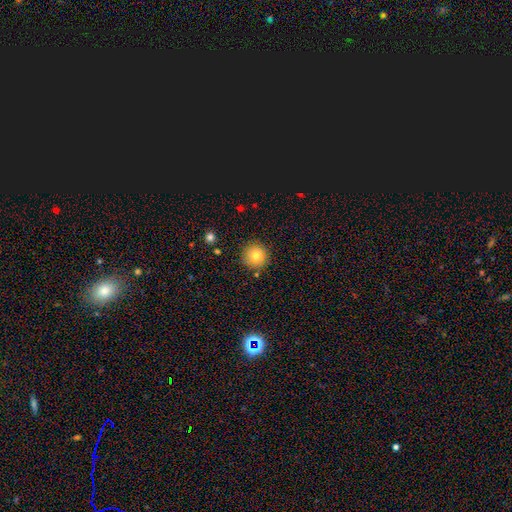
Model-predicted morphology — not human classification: Smooth or featured? Predicted: smooth (p=0.77). How rounded? Predicted: round (p=0.95). Merging? Predicted: none (p=0.87).